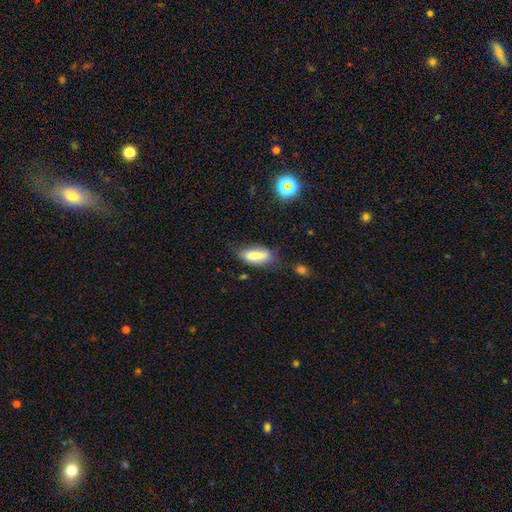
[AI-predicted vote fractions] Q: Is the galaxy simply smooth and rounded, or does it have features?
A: smooth — 80%.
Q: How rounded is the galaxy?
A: in between — 80%.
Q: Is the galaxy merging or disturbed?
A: none — 53%.